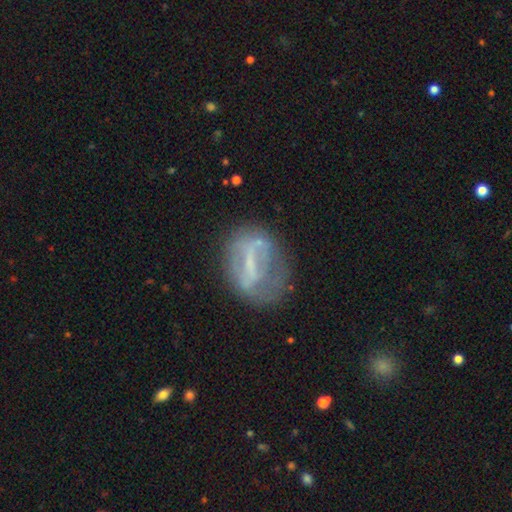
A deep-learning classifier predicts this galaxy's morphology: This appears to be a featured or disk galaxy (60%) with a strong bar (61%), no spiral arms (68%) and no central bulge (44%). Merging: none (64%).